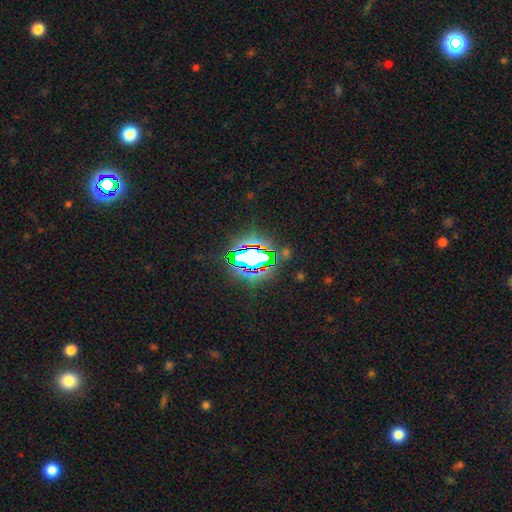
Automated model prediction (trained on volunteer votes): Smooth or featured?
  - star or artifact: 68% *
  - smooth: 20%
  - featured or disk: 12%